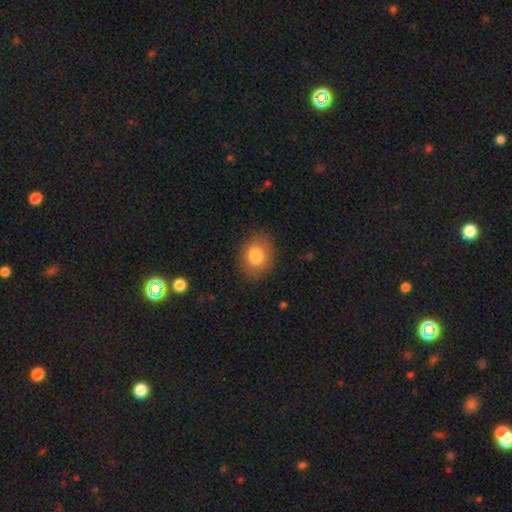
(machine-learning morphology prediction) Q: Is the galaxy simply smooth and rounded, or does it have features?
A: smooth — 81%.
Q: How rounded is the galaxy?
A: round — 52%.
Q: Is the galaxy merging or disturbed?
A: none — 86%.